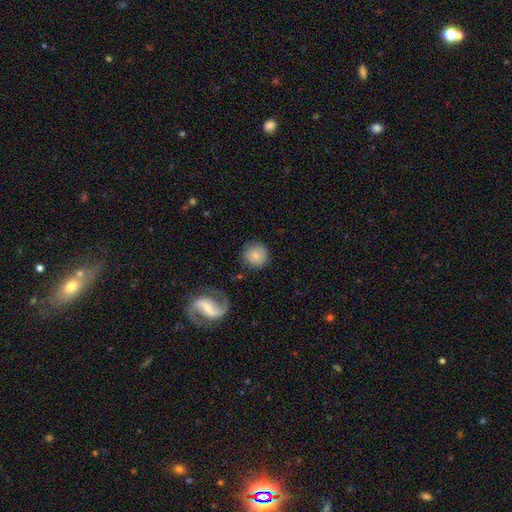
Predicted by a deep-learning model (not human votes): Overall: smooth (70%). How rounded: round (91%). Merging: none (81%).